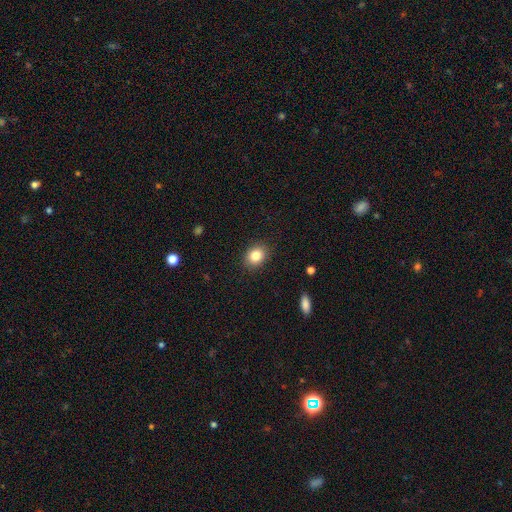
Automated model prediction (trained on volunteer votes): smooth 84%, star or artifact 10%, featured or disk 6%. Down the decision tree: how rounded — in between (52%); merging — none (89%).